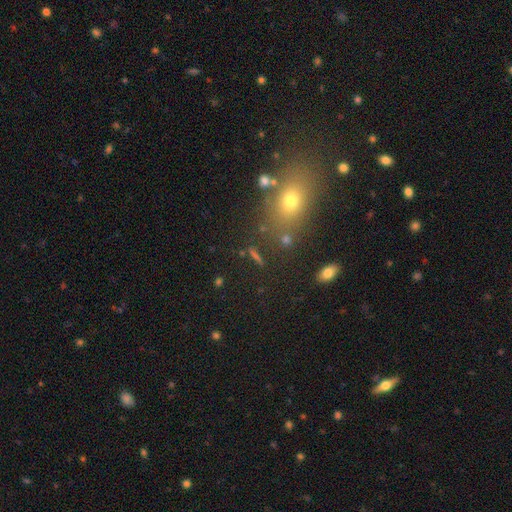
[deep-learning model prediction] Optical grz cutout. It shows a smooth galaxy with no disk features (49%). Merging: none (74%).